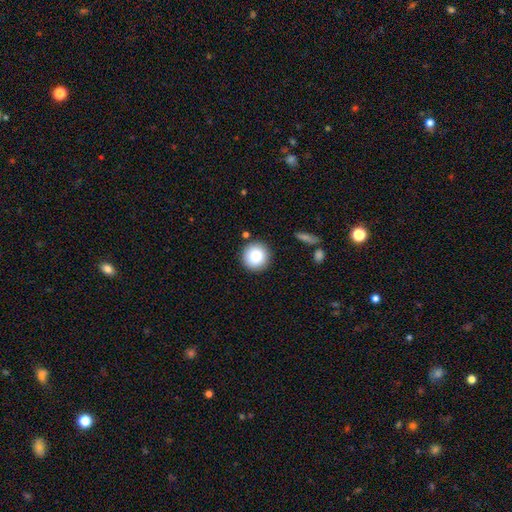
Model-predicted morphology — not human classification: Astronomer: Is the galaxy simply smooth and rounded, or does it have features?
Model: smooth — 85%.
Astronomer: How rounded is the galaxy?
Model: round — 95%.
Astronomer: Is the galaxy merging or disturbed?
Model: none — 88%.